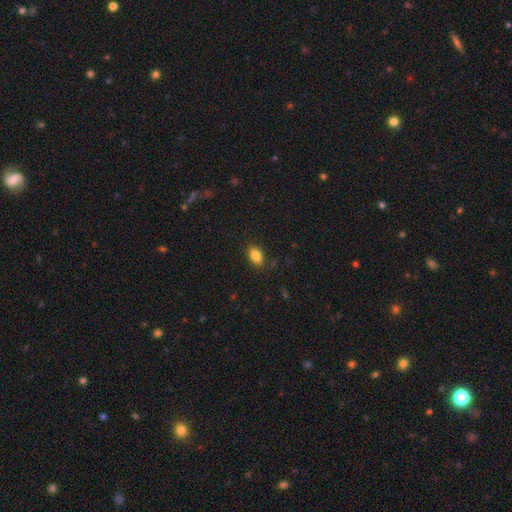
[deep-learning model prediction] This appears to be a smooth galaxy with no disk features (83%) that is in between round and cigar-shaped (88%). Merging: none (86%).